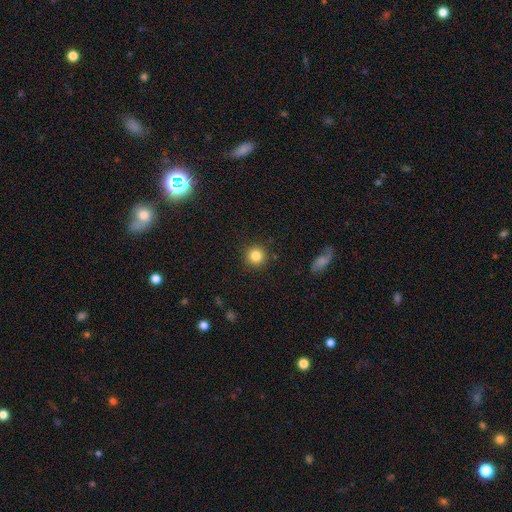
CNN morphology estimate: Smooth or featured? smooth (84%)
How rounded? round (94%)
Merging? none (91%)